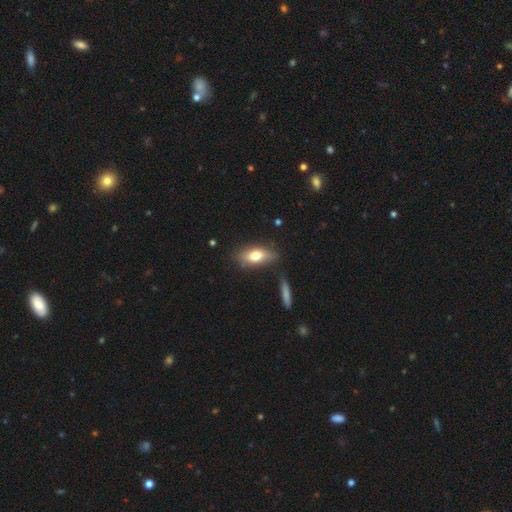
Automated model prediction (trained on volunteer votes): Smooth or featured?
  - smooth: 74% *
  - featured or disk: 19%
  - star or artifact: 7%
How rounded?
  - in between: 82% *
  - cigar-shaped: 14%
  - round: 4%
Merging?
  - none: 76% *
  - minor disturbance: 15%
  - merger: 5%
  - major disturbance: 4%